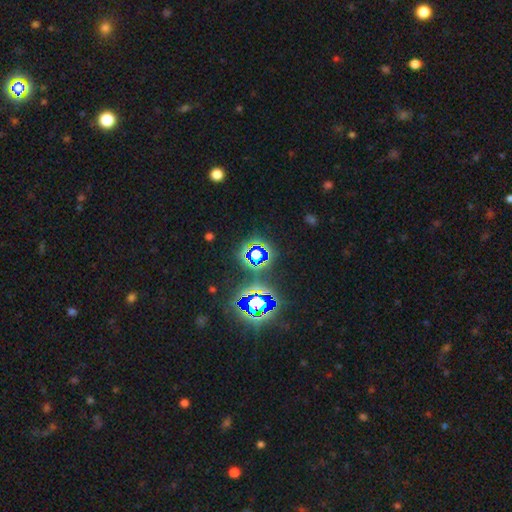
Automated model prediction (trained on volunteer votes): This is likely a star or artifact rather than a galaxy (75%).